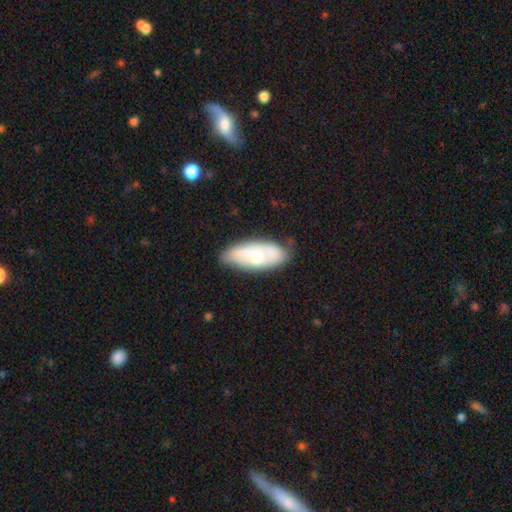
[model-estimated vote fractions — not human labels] smooth-or-featured: smooth: 48% | featured or disk: 46% | star or artifact: 6%
  merging: none: 70% | minor disturbance: 23% | major disturbance: 5% | merger: 3%